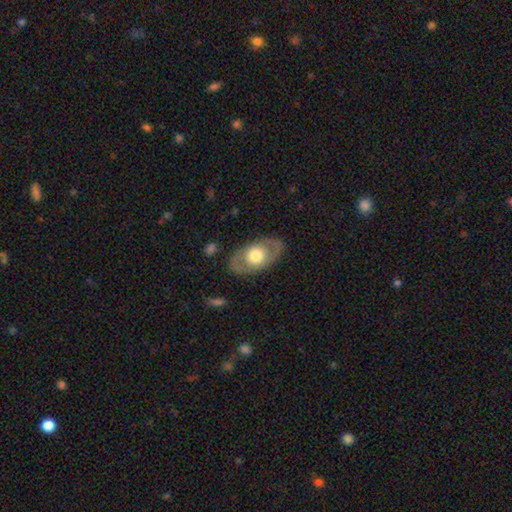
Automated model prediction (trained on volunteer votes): Overall: featured or disk (47%, tied with smooth). Merging: none (81%).